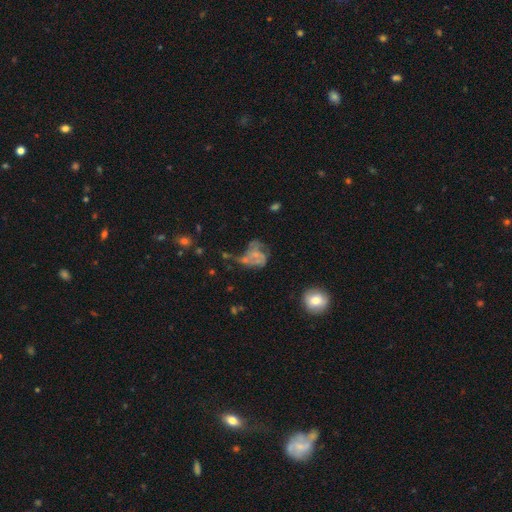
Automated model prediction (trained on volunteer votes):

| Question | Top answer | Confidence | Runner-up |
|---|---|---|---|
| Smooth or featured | featured or disk | 55% | smooth (31%) |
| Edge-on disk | no | 98% | yes (2%) |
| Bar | no | 80% | weak (16%) |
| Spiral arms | no | 54% | yes (46%) |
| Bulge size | none | 50% | small (31%) |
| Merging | major disturbance | 41% | none (23%) |